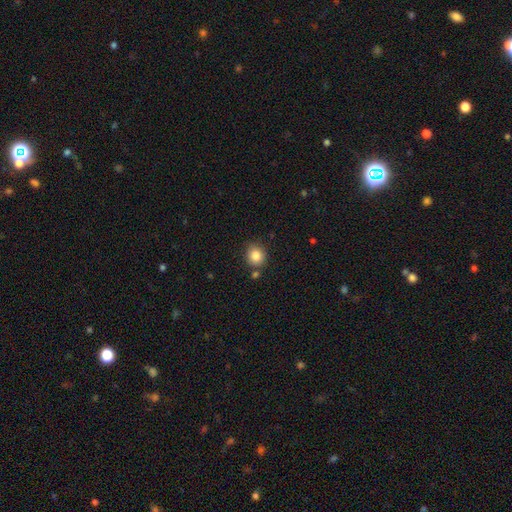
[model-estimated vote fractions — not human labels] This appears to be a smooth galaxy with no disk features (84%) that is round (84%). Merging: none (79%).